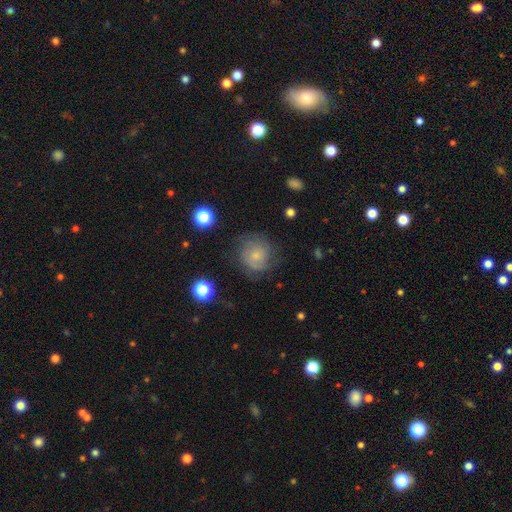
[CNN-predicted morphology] Q: Smooth or featured?
A: featured or disk (50%); runner-up: smooth (39%)
Q: Merging?
A: none (63%); runner-up: minor disturbance (21%)